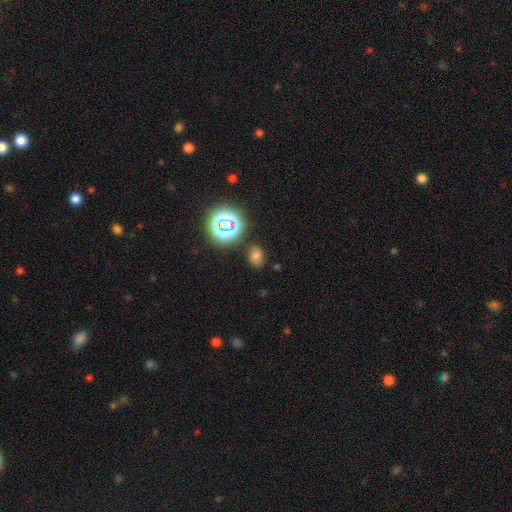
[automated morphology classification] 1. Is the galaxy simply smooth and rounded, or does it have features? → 66% smooth, 27% star or artifact, 8% featured or disk.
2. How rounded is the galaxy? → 66% in between, 33% round, 1% cigar-shaped.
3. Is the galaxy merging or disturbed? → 78% none, 14% minor disturbance, 4% major disturbance, 4% merger.